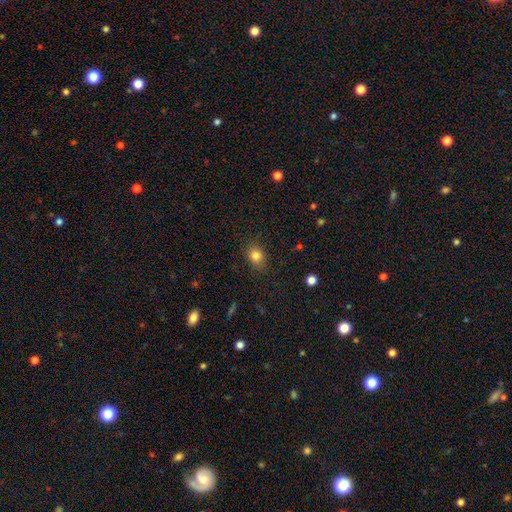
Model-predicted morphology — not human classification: smooth-or-featured: smooth: 83% | star or artifact: 11% | featured or disk: 6%
  how-rounded: round: 57% | in between: 42% | cigar-shaped: 1%
  merging: none: 82% | minor disturbance: 13% | major disturbance: 4% | merger: 1%